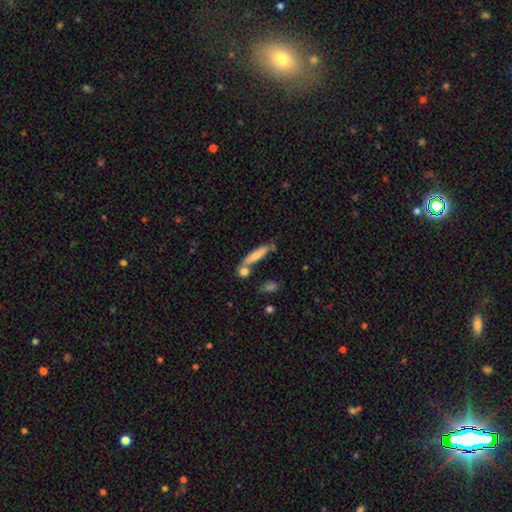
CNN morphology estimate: Q: Smooth or featured?
A: smooth (73%); runner-up: featured or disk (20%)
Q: How rounded?
A: cigar-shaped (80%); runner-up: in between (17%)
Q: Merging?
A: none (61%); runner-up: merger (20%)